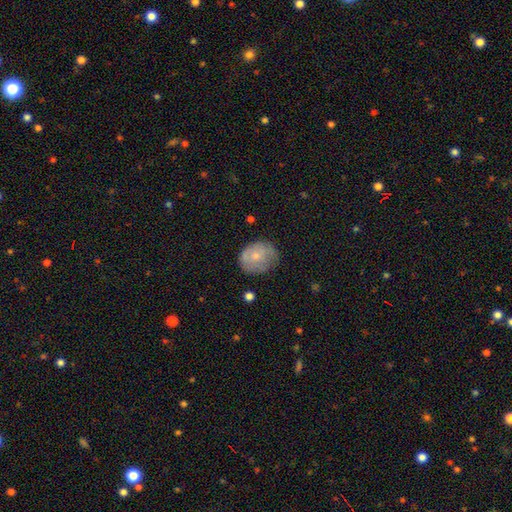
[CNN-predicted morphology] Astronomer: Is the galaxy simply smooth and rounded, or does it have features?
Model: smooth — 69%.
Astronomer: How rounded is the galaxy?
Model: round — 60% (runner-up: in between, 39%).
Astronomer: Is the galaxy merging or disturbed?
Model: none — 63%.